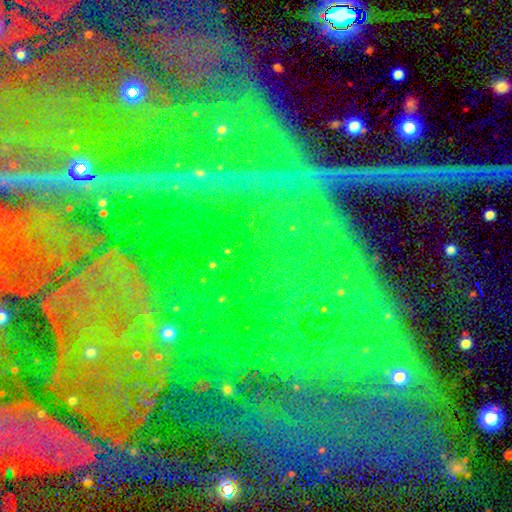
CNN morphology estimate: This is clearly a star or artifact rather than a galaxy (86%).